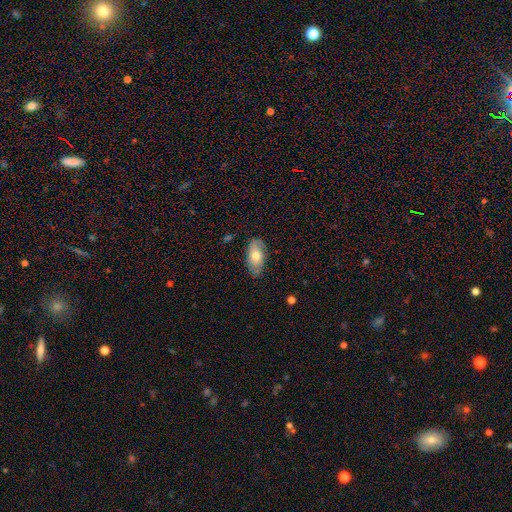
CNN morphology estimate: Smooth or featured?
  - smooth: 61% *
  - featured or disk: 32%
  - star or artifact: 7%
How rounded?
  - in between: 92% *
  - round: 5%
  - cigar-shaped: 3%
Merging?
  - none: 76% *
  - minor disturbance: 19%
  - major disturbance: 4%
  - merger: 1%